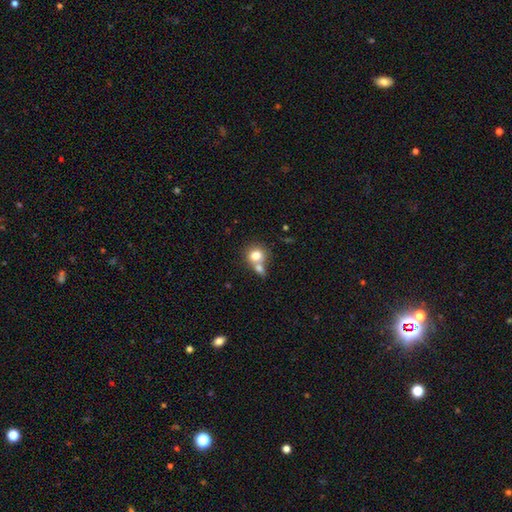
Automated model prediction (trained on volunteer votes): The model was most divided on "merging": merger: 51%, none: 36%, minor disturbance: 9%, major disturbance: 4%. More confident: smooth or featured — smooth (77%); how rounded — round (73%).